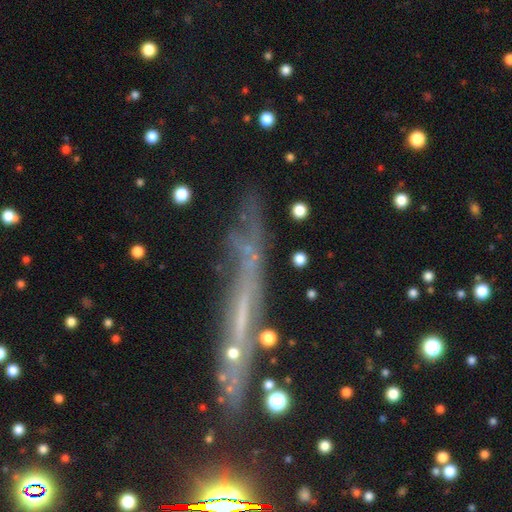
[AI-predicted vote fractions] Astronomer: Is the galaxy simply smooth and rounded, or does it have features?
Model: featured or disk — 52% (runner-up: smooth, 31%).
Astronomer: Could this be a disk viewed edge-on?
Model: yes — 65%.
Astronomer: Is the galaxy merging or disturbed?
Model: none — 54%.